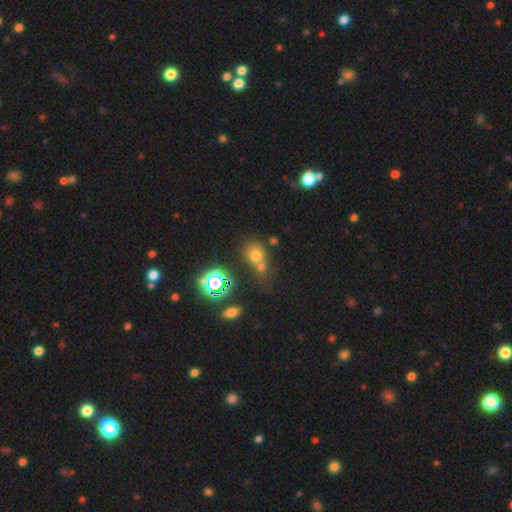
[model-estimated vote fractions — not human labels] This appears to be a smooth galaxy with no disk features (59%) that is round (71%). Merging: merger (44%).